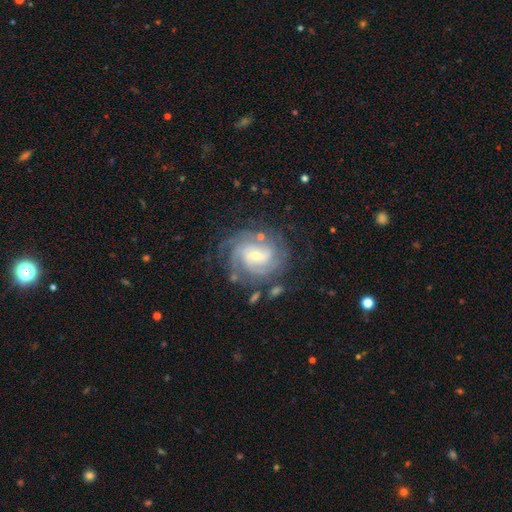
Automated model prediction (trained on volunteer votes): featured or disk 89%, smooth 6%, star or artifact 6%. Down the decision tree: edge-on disk — no (98%); bar — weak (51%); spiral arms — yes (98%); spiral arm count — 4 (29%); spiral winding — tight (68%); bulge size — small (62%); merging — none (72%).